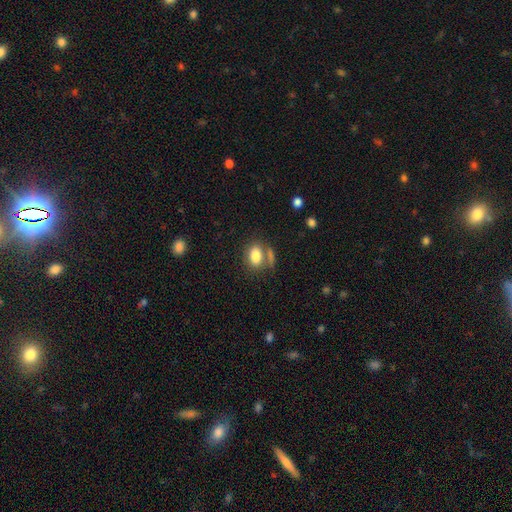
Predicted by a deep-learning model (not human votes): The model was most divided on "merging": none: 56%, merger: 24%, minor disturbance: 14%, major disturbance: 6%. More confident: smooth or featured — smooth (82%); how rounded — in between (80%).